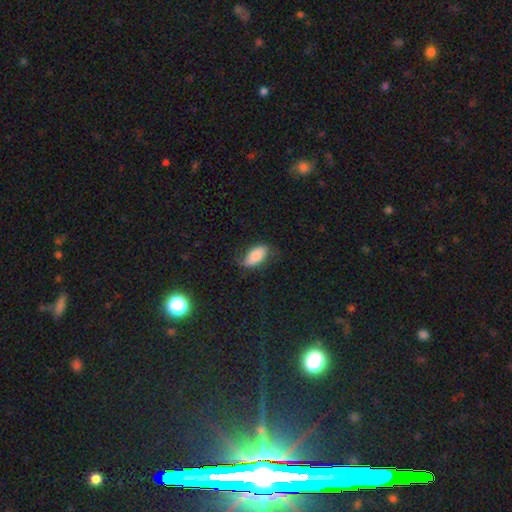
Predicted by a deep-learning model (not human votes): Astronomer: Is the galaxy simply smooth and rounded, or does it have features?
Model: smooth — 73%.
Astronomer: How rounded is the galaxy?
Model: in between — 91%.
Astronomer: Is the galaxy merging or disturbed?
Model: none — 61%.